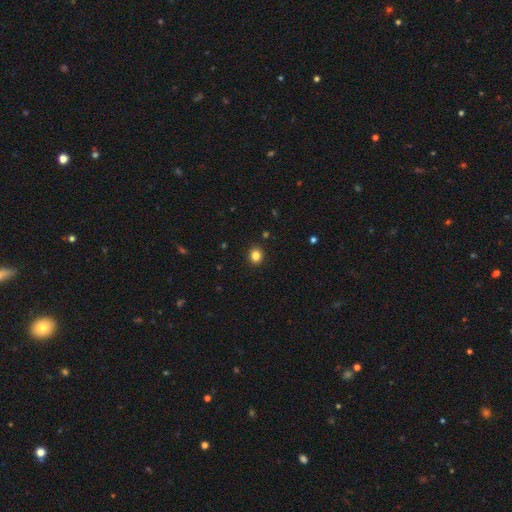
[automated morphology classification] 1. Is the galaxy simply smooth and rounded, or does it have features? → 83% smooth, 12% star or artifact, 5% featured or disk.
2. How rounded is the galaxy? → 78% round, 22% in between, 1% cigar-shaped.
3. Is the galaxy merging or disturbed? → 92% none, 6% minor disturbance, 2% major disturbance, 1% merger.